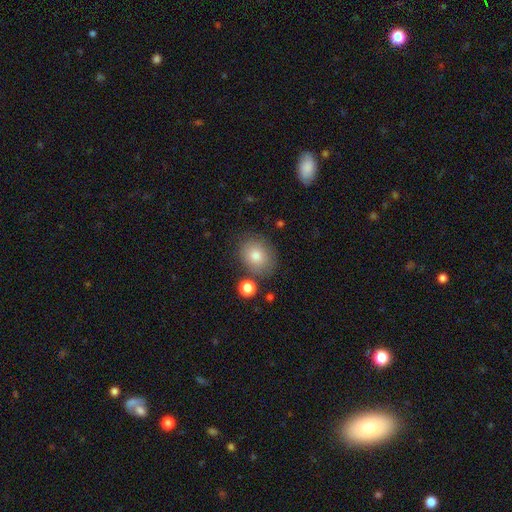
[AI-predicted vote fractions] This is likely a smooth galaxy (80%). How rounded: possibly round (53%). Merging: likely none (78%).